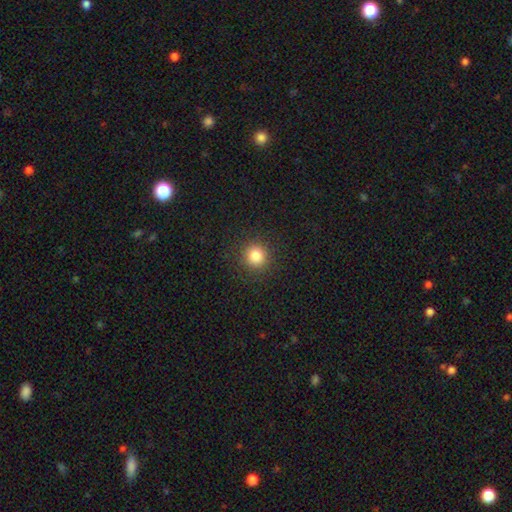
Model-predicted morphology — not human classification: type=smooth (83%); roundness=round (94%); merging=none (91%).